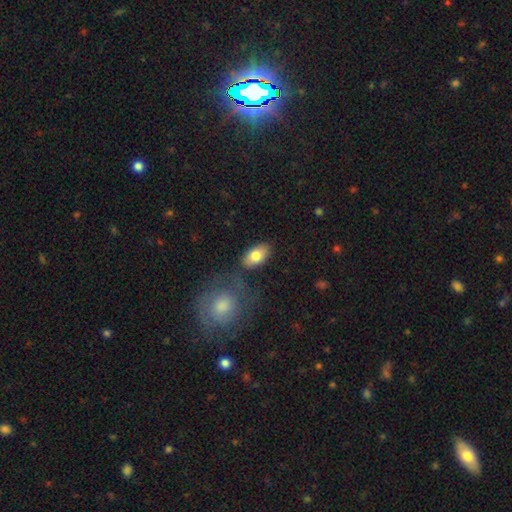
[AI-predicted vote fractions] This is clearly a smooth galaxy (81%). How rounded: clearly in between (93%). Merging: likely none (78%).